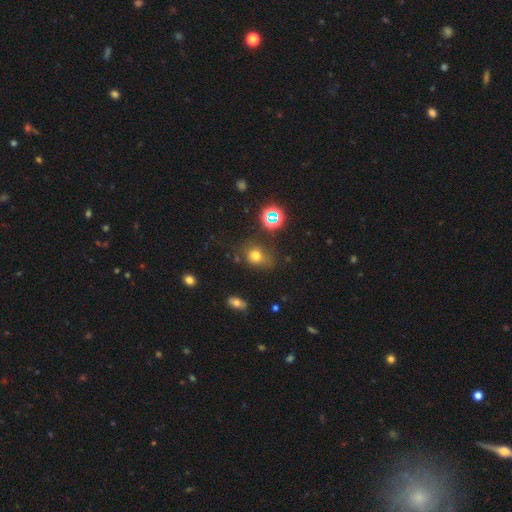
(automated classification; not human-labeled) The model was most divided on "how rounded": round: 54%, in between: 45%, cigar-shaped: 1%. More confident: smooth or featured — smooth (70%); merging — none (63%).